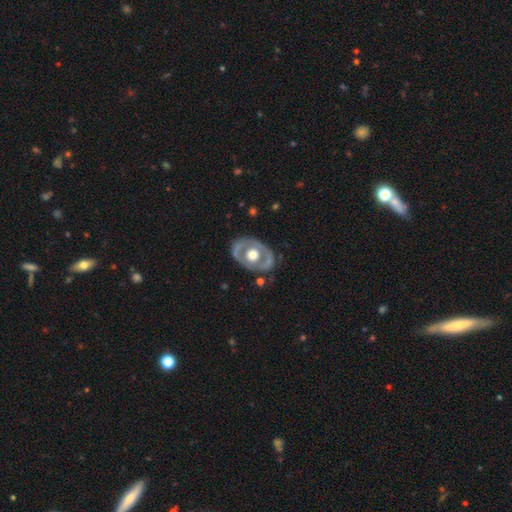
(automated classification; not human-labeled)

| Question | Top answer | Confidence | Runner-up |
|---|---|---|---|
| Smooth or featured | featured or disk | 67% | smooth (28%) |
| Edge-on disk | no | 92% | yes (8%) |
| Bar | no | 86% | weak (10%) |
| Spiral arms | no | 78% | yes (22%) |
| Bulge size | moderate | 51% | large (42%) |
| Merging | none | 78% | minor disturbance (14%) |